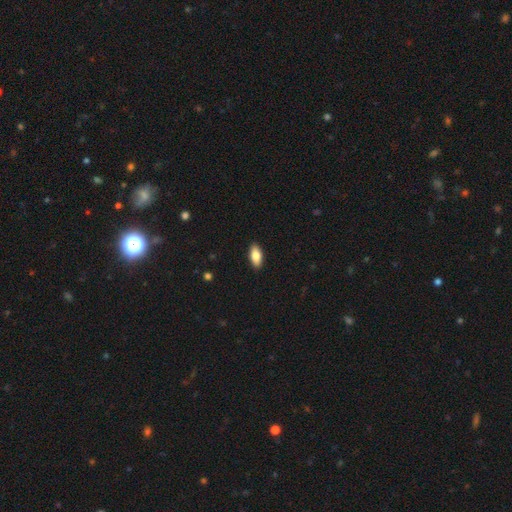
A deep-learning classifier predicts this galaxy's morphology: A smooth galaxy with no disk features (82%) that is in between round and cigar-shaped (89%). Merging: none (90%).